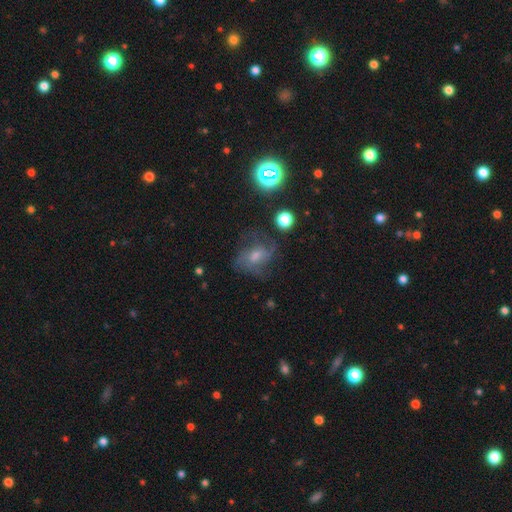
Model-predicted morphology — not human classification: Smooth or featured? featured or disk (55%)
Edge-on disk? no (96%)
Bar? no (55%)
Spiral arms? yes (82%)
Bulge size? moderate (51%)
Merging? none (62%)